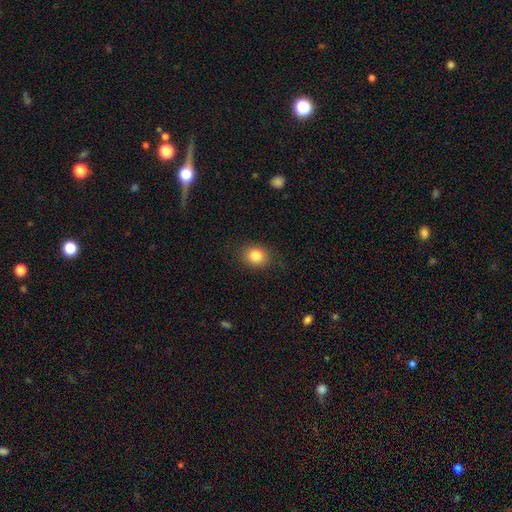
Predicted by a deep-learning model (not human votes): This is clearly a smooth galaxy (84%). How rounded: likely round (65%). Merging: clearly none (88%).